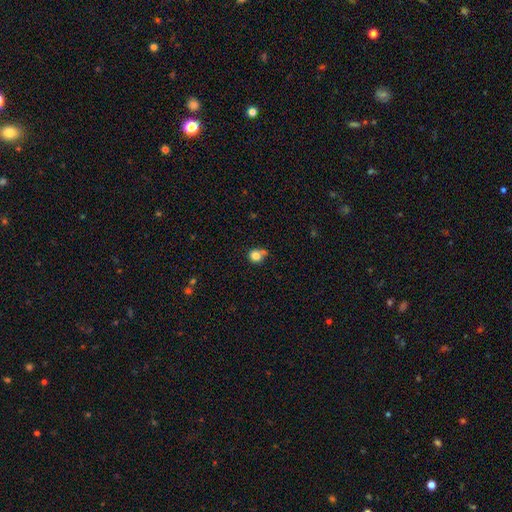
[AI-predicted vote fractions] smooth_or_featured: smooth (p=0.81) [alt: star or artifact p=0.11]
how_rounded: round (p=0.83) [alt: in between p=0.16]
merging: none (p=0.53) [alt: merger p=0.24]